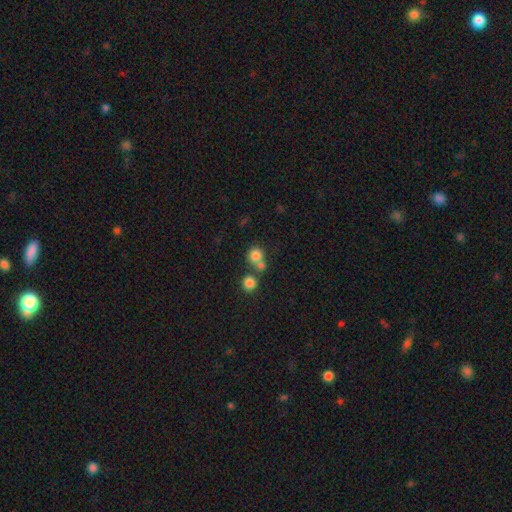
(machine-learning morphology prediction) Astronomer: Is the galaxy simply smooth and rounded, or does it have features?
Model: smooth — 79%.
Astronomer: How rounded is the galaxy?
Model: round — 88%.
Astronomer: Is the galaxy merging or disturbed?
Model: none — 50% (runner-up: merger, 39%).